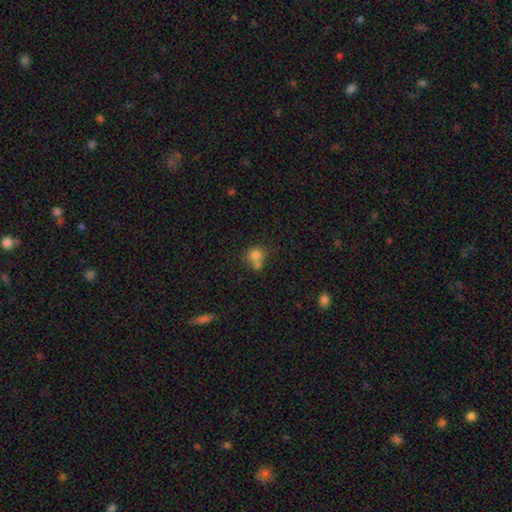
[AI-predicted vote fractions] Smooth or featured: smooth — 77% (star or artifact — 12%)
How rounded: round — 75% (in between — 24%)
Merging: merger — 45% (none — 39%)